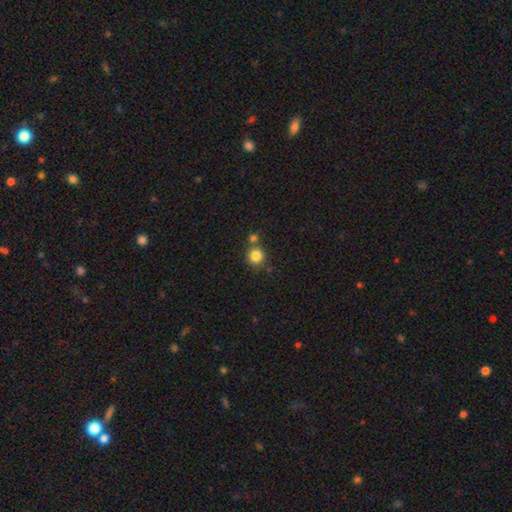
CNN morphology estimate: Q: Smooth or featured?
A: smooth (83%); runner-up: star or artifact (11%)
Q: How rounded?
A: round (91%); runner-up: in between (8%)
Q: Merging?
A: none (70%); runner-up: merger (19%)